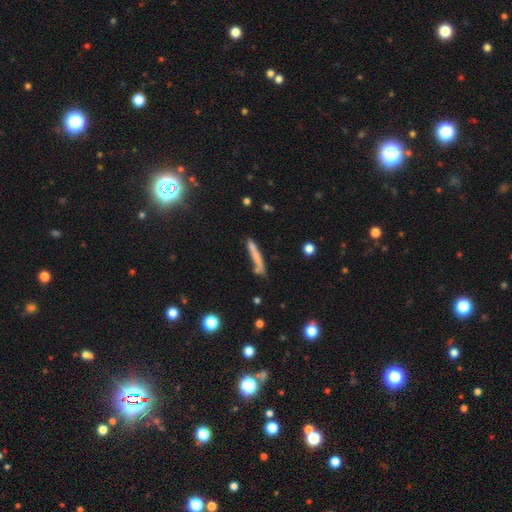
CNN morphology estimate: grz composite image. It shows a smooth galaxy with no disk features (68%) that is cigar-shaped (94%). Merging: none (70%).